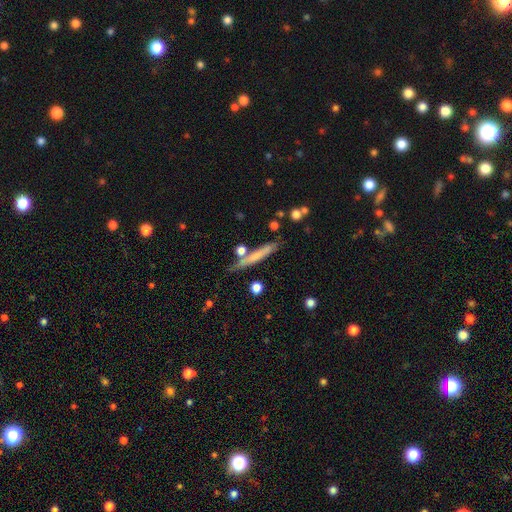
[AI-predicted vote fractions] The model was most divided on "smooth or featured": smooth: 57%, featured or disk: 36%, star or artifact: 8%. More confident: how rounded — cigar-shaped (93%); merging — none (77%).